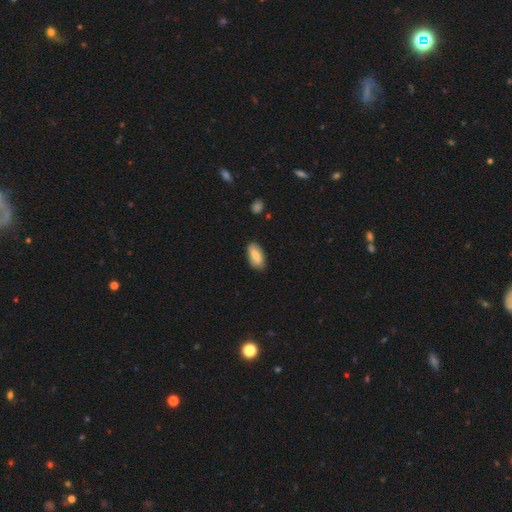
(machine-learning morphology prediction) type=smooth (83%); roundness=in between (90%); merging=none (82%).